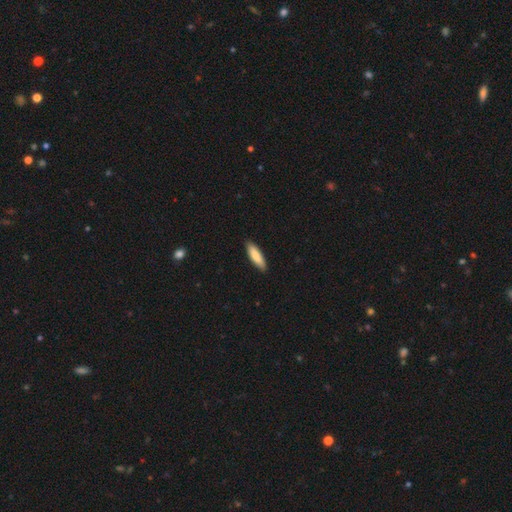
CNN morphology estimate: The model was most divided on "how rounded": cigar-shaped: 60%, in between: 38%, round: 1%. More confident: merging — none (88%); smooth or featured — smooth (84%).